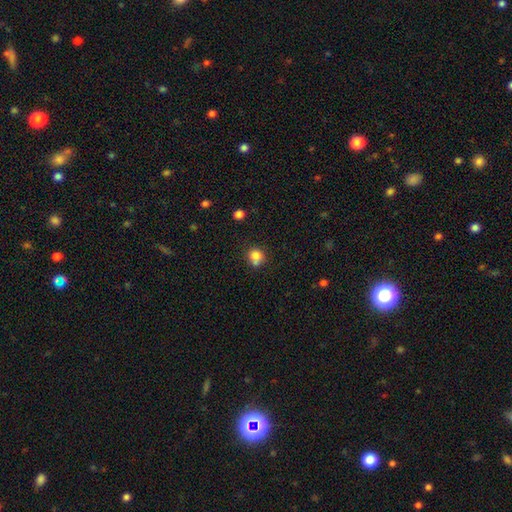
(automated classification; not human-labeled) Smooth or featured: smooth — 80% (star or artifact — 11%)
How rounded: round — 83% (in between — 16%)
Merging: none — 55% (merger — 26%)